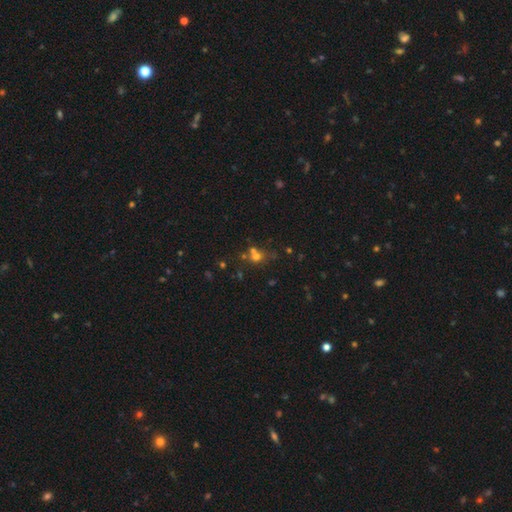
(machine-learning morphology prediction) Smooth or featured? Predicted: smooth (p=0.56). How rounded? Predicted: round (p=0.81). Merging? Predicted: none (p=0.45).